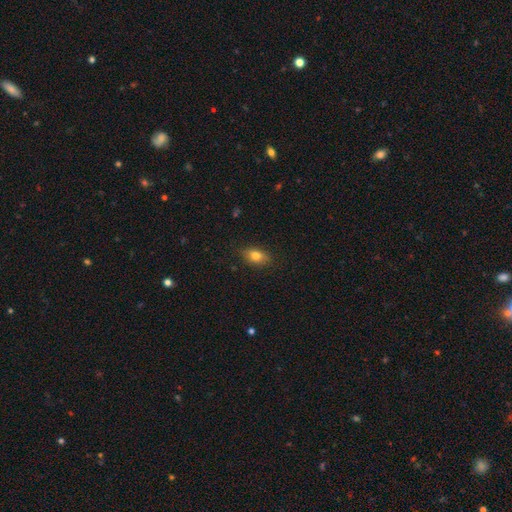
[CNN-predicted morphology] Smooth or featured? Predicted: smooth (p=0.78). How rounded? Predicted: in between (p=0.81). Merging? Predicted: none (p=0.83).